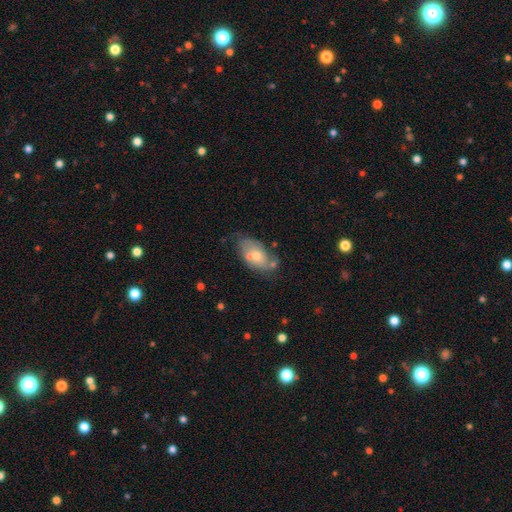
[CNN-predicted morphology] Smooth or featured?
  - smooth: 48% *
  - featured or disk: 45%
  - star or artifact: 7%
Merging?
  - none: 45% *
  - minor disturbance: 23%
  - merger: 23%
  - major disturbance: 9%